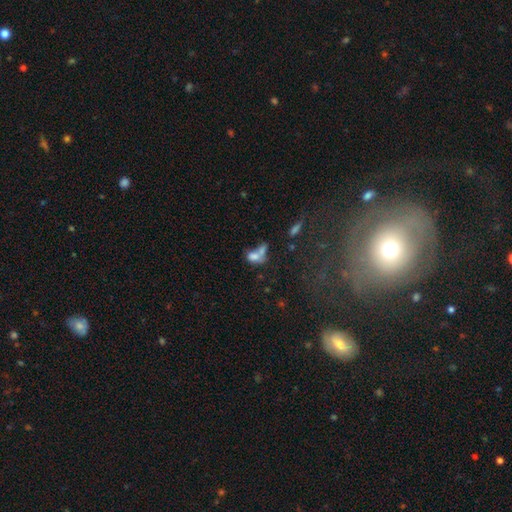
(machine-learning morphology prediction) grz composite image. It shows a smooth galaxy with no disk features (68%) that is in between round and cigar-shaped (76%). Merging: merger (61%).